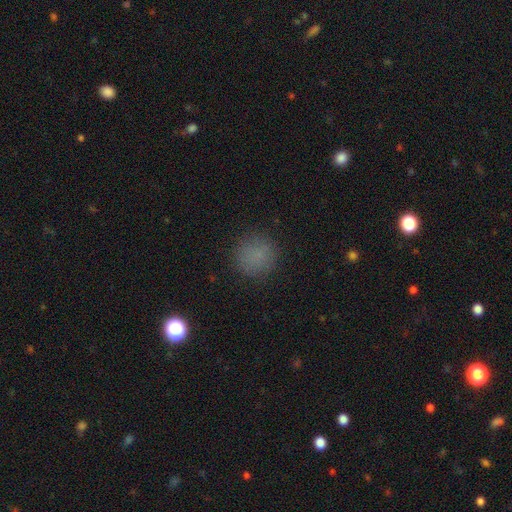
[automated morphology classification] This appears to be a smooth galaxy with no disk features (78%) that is round (93%). Merging: none (86%).